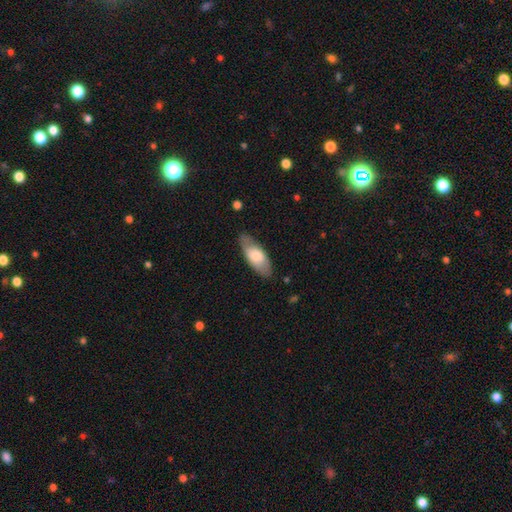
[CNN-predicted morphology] type=smooth (65%); roundness=in between (80%); merging=none (78%).